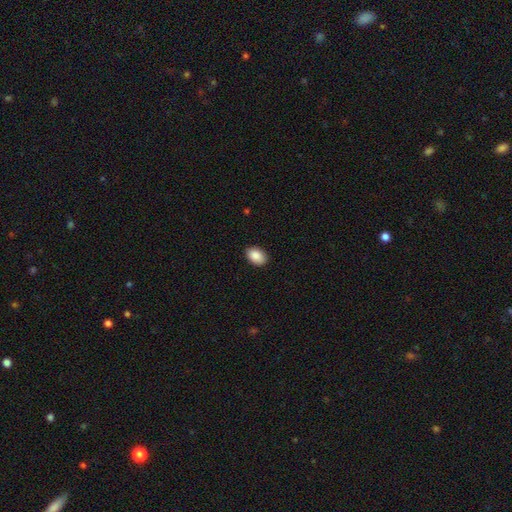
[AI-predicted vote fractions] Q: Smooth or featured?
A: smooth (89%); runner-up: star or artifact (7%)
Q: How rounded?
A: in between (85%); runner-up: round (14%)
Q: Merging?
A: none (89%); runner-up: minor disturbance (9%)